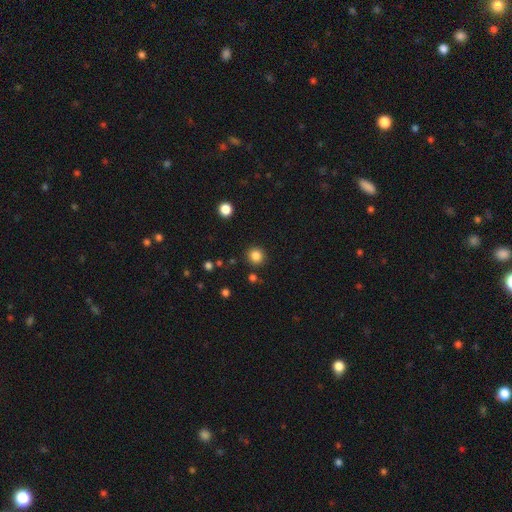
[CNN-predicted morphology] Smooth or featured: smooth — 85% (star or artifact — 12%)
How rounded: round — 94% (in between — 5%)
Merging: none — 90% (minor disturbance — 6%)